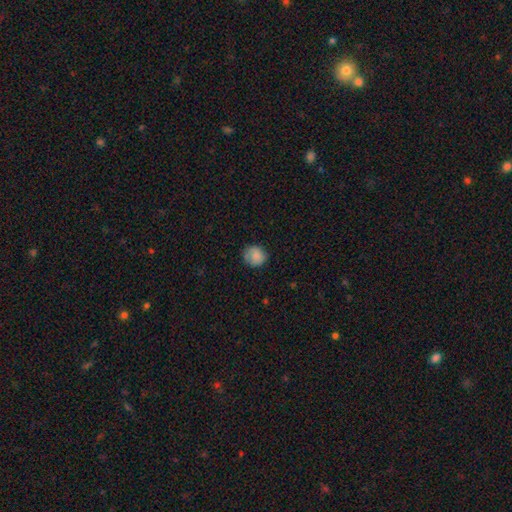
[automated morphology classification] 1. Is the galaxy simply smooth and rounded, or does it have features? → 82% smooth, 9% featured or disk, 8% star or artifact.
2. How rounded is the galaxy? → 85% round, 14% in between, 1% cigar-shaped.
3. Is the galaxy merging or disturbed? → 76% none, 19% minor disturbance, 4% major disturbance, 1% merger.